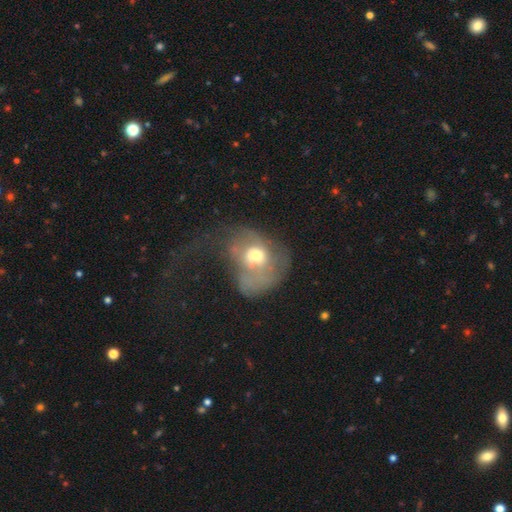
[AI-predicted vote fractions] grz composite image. It shows a featured or disk galaxy (45%, tied with smooth). Merging: major disturbance (53%).